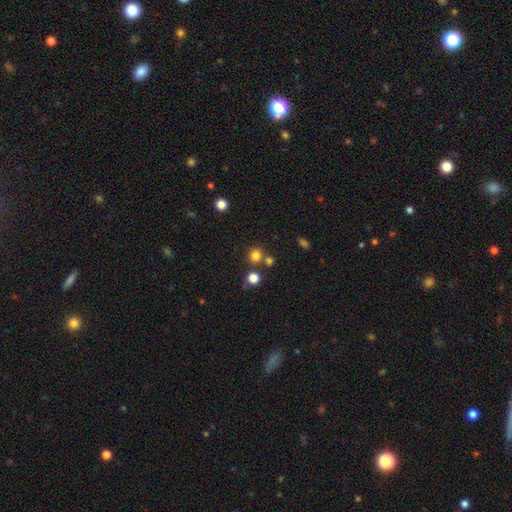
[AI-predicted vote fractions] smooth-or-featured: smooth: 78% | star or artifact: 16% | featured or disk: 6%
  how-rounded: round: 90% | in between: 9% | cigar-shaped: 1%
  merging: none: 72% | merger: 17% | minor disturbance: 8% | major disturbance: 3%